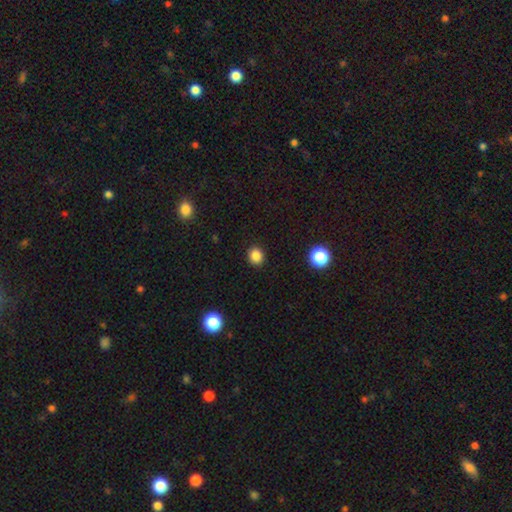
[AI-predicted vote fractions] Morphology: type=smooth (85%); roundness=round (77%); merging=none (91%).